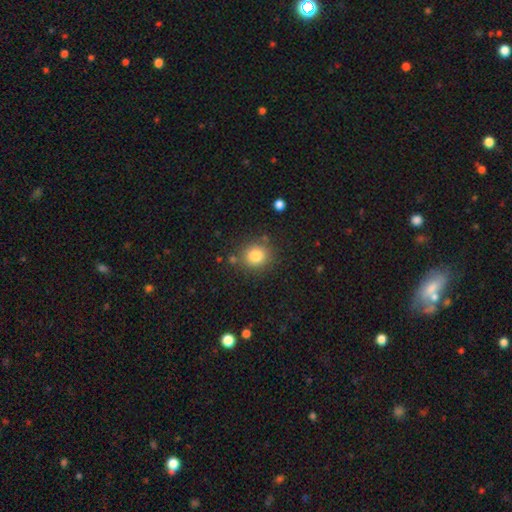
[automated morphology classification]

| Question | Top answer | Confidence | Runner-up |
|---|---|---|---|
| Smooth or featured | smooth | 82% | star or artifact (11%) |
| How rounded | round | 87% | in between (12%) |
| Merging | none | 82% | minor disturbance (10%) |